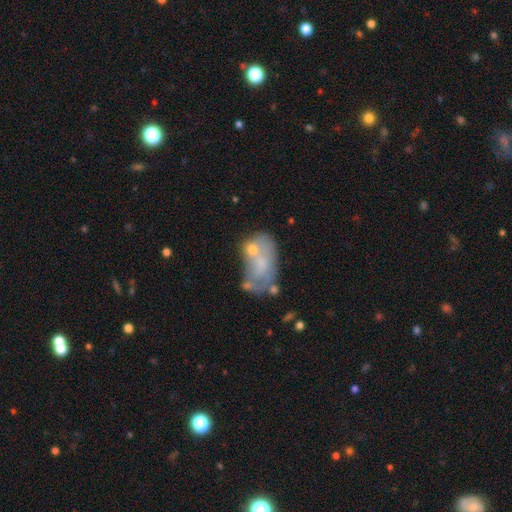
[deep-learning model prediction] The model was most divided on "merging": merger: 34%, none: 29%, minor disturbance: 19%, major disturbance: 18%. Remaining: smooth or featured — featured or disk (47%).